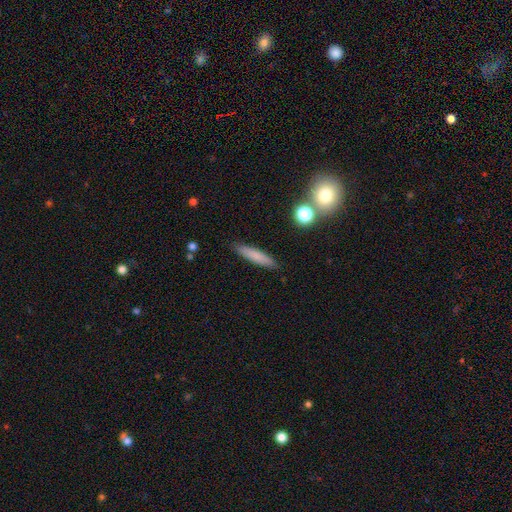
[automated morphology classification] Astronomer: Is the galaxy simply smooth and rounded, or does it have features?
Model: smooth — 76%.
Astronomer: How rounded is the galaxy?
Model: cigar-shaped — 88%.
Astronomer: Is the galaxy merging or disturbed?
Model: none — 89%.